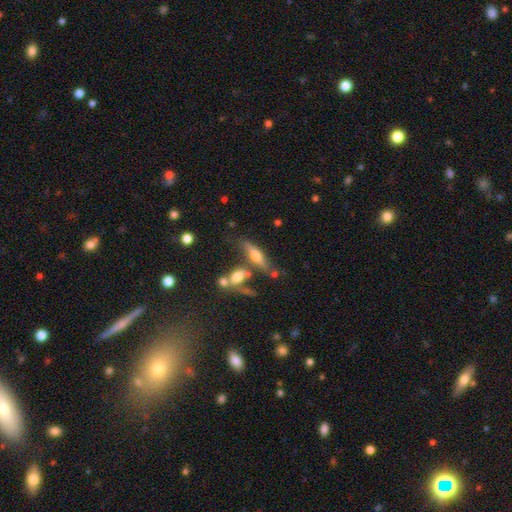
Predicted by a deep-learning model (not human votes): The model was most divided on "smooth or featured": featured or disk: 51%, smooth: 40%, star or artifact: 8%. More confident: edge-on disk — yes (84%); merging — none (54%).